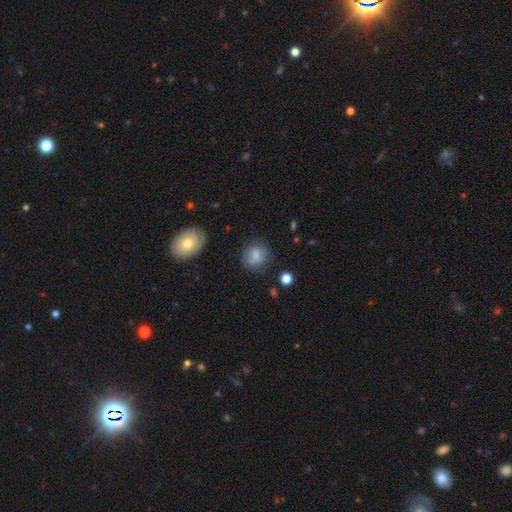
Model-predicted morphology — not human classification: smooth_or_featured: smooth (p=0.80) [alt: featured or disk p=0.11]
how_rounded: round (p=0.74) [alt: in between p=0.25]
merging: none (p=0.76) [alt: minor disturbance p=0.16]